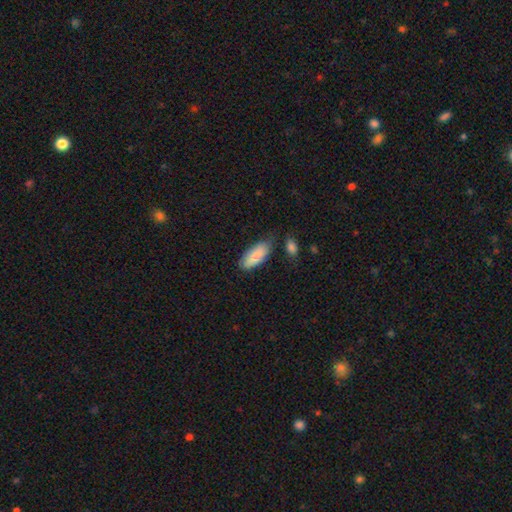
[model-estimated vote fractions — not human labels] This is clearly a smooth galaxy (84%). How rounded: clearly in between (81%). Merging: likely none (66%).